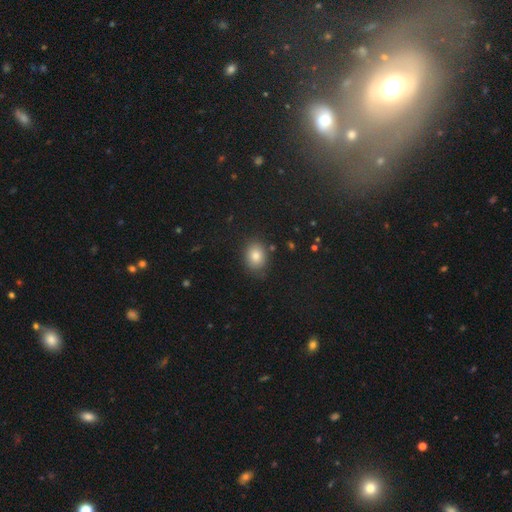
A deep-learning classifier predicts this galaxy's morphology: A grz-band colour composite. It shows a smooth galaxy with no disk features (79%) that is in between round and cigar-shaped (55%). Merging: none (82%).